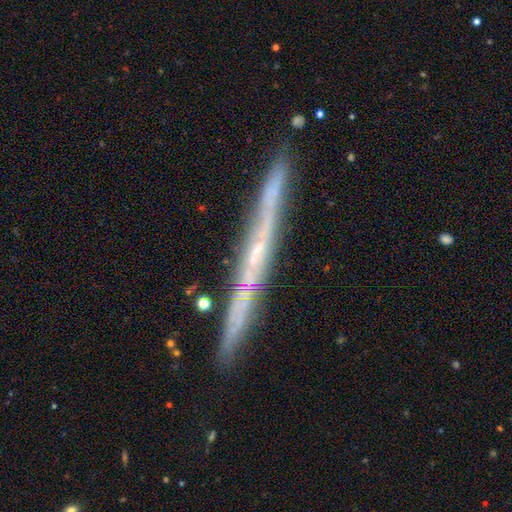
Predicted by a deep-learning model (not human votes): Smooth or featured? featured or disk (76%)
Edge-on disk? yes (97%)
Edge-on bulge? none (64%)
Merging? none (90%)